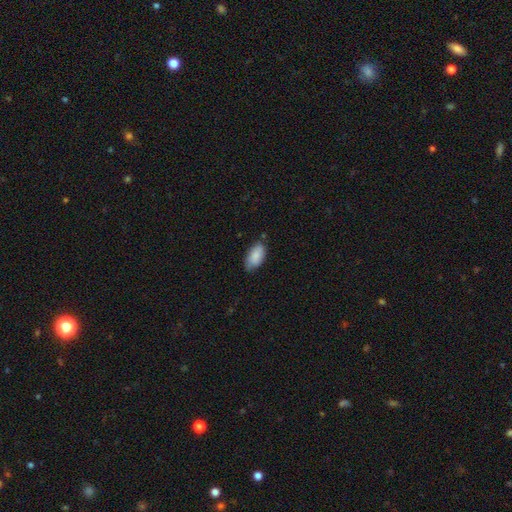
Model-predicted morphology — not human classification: This appears to be a smooth galaxy with no disk features (86%) that is in between round and cigar-shaped (93%). Merging: none (69%).